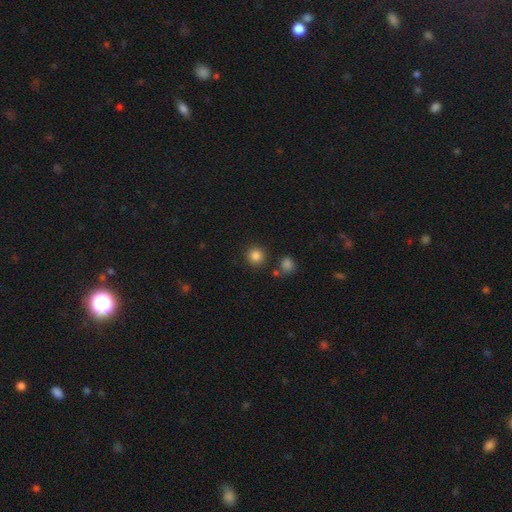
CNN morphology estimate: Q: Smooth or featured?
A: smooth (84%); runner-up: star or artifact (12%)
Q: How rounded?
A: round (94%); runner-up: in between (5%)
Q: Merging?
A: none (85%); runner-up: minor disturbance (7%)